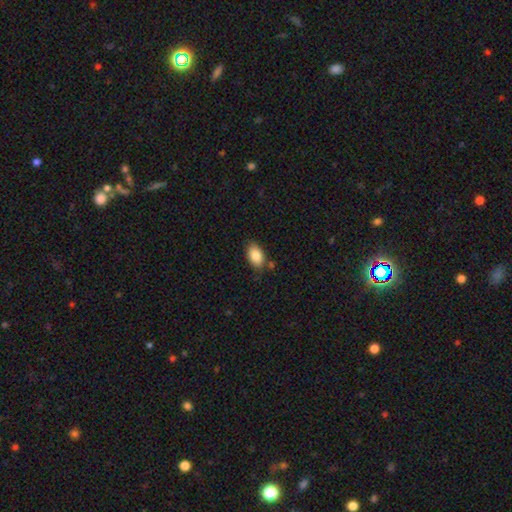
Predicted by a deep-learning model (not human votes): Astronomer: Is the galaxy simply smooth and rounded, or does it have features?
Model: smooth — 85%.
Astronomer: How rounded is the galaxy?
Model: in between — 91%.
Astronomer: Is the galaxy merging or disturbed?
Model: none — 77%.